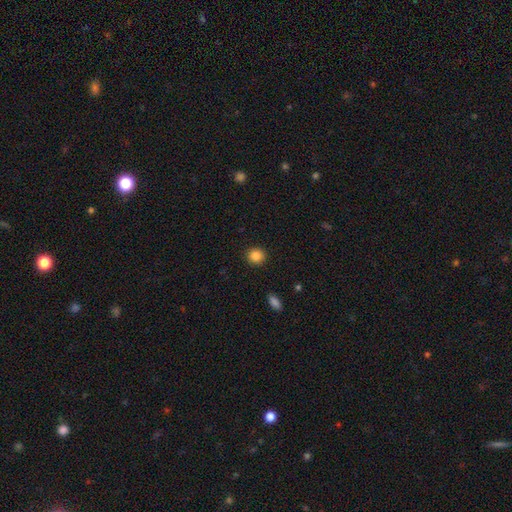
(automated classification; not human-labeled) smooth_or_featured: smooth (p=0.86) [alt: star or artifact p=0.10]
how_rounded: round (p=0.87) [alt: in between p=0.12]
merging: none (p=0.91) [alt: minor disturbance p=0.06]